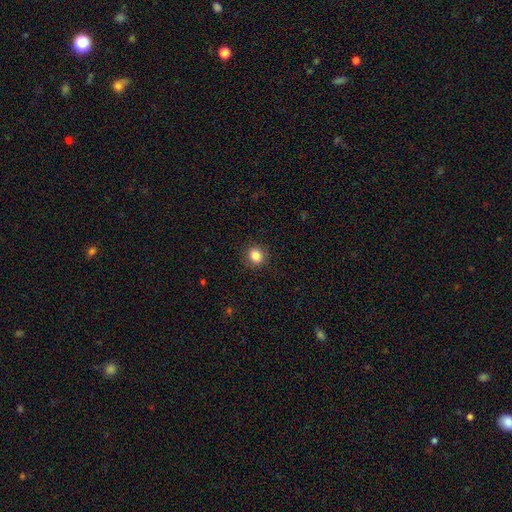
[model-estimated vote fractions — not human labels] This is clearly a smooth galaxy (85%). How rounded: clearly round (80%). Merging: clearly none (89%).